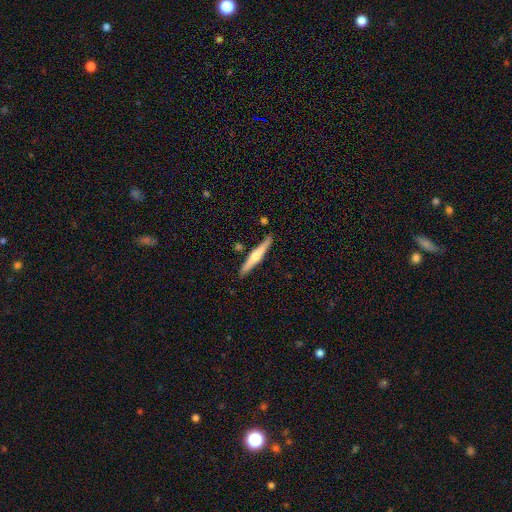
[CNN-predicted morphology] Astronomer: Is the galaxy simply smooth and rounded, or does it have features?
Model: featured or disk — 55% (runner-up: smooth, 39%).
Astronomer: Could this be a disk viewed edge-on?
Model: yes — 97%.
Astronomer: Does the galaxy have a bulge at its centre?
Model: rounded — 82%.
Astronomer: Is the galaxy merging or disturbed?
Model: none — 86%.